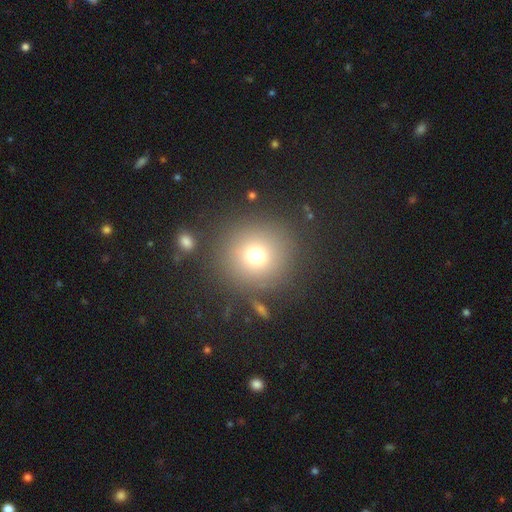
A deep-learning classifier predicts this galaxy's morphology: This appears to be a smooth galaxy with no disk features (72%) that is round (93%). Merging: none (83%).